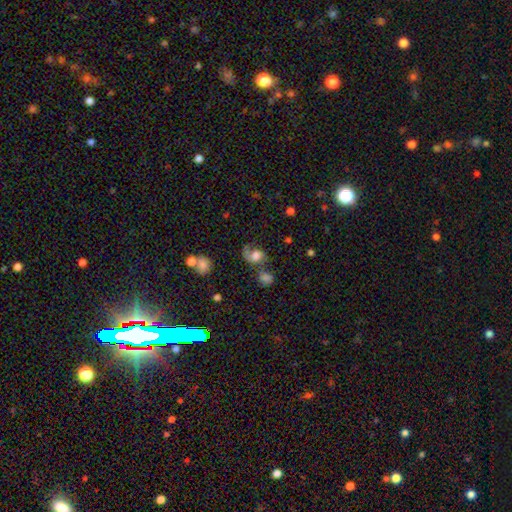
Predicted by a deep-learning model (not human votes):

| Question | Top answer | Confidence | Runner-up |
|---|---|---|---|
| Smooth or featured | smooth | 47% | featured or disk (42%) |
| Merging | none | 35% | major disturbance (27%) |